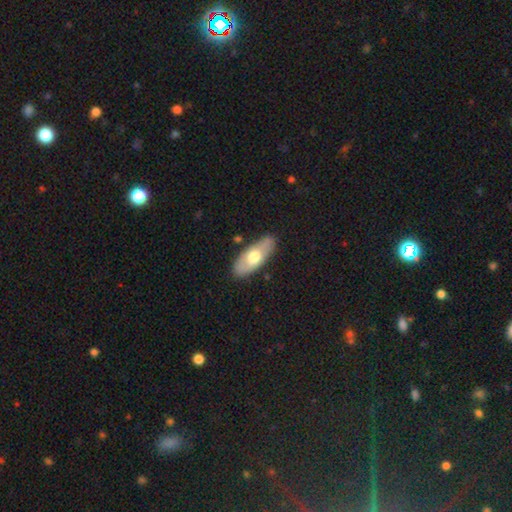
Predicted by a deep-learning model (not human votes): smooth-or-featured: smooth: 57% | featured or disk: 38% | star or artifact: 5%
  how-rounded: in between: 81% | cigar-shaped: 16% | round: 3%
  merging: none: 86% | minor disturbance: 11% | major disturbance: 2% | merger: 2%